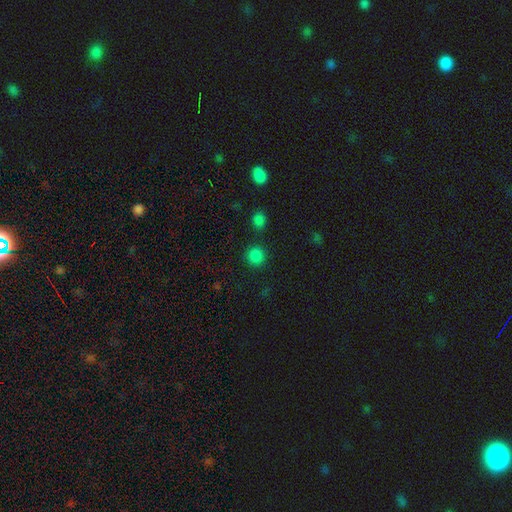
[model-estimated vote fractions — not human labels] This is clearly a smooth galaxy (82%). How rounded: clearly round (92%). Merging: clearly none (85%).